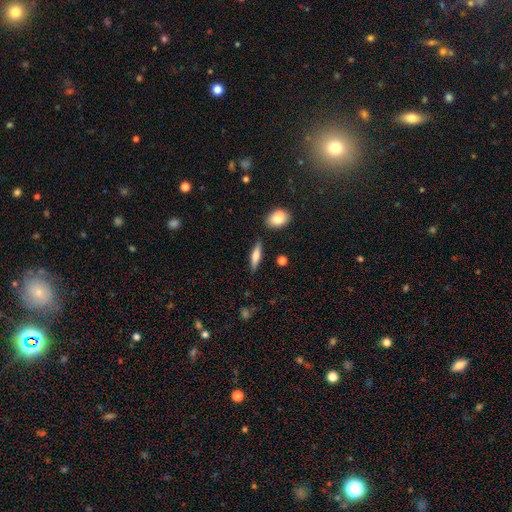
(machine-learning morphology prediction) A smooth galaxy with no disk features (53%) that is cigar-shaped (72%). Merging: none (83%).